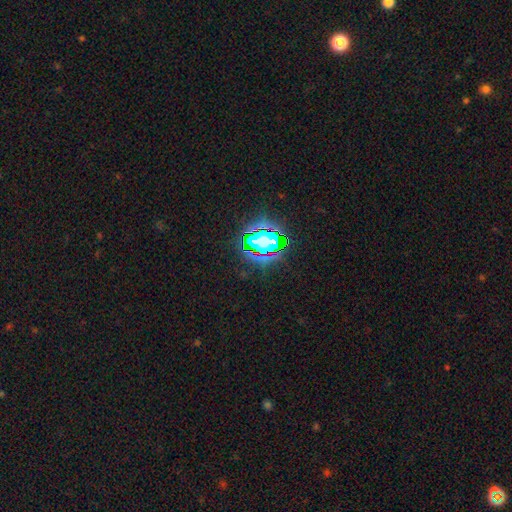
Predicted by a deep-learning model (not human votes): This appears to be a star or artifact, not a galaxy (78%).